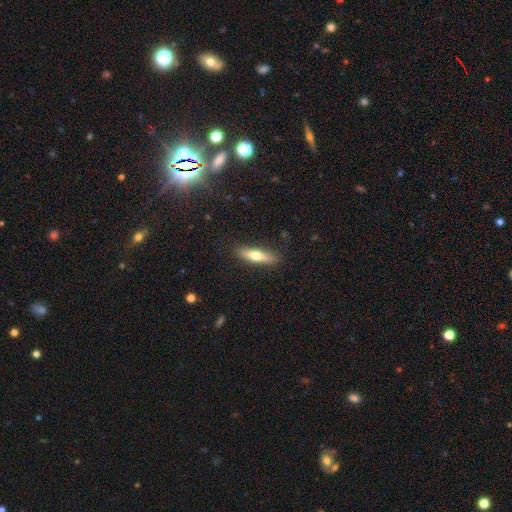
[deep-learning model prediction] This is possibly a smooth galaxy (59%). How rounded: likely cigar-shaped (72%). Merging: clearly none (87%).